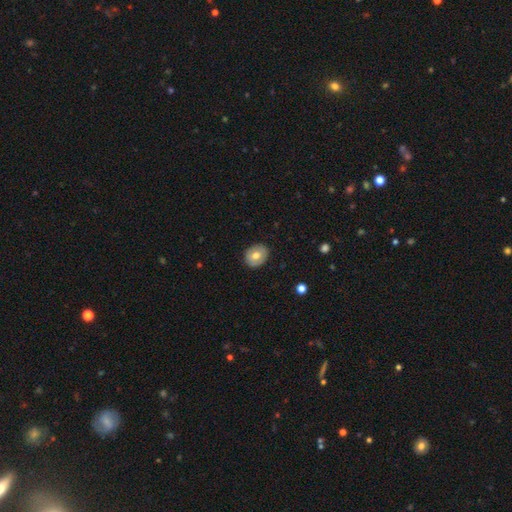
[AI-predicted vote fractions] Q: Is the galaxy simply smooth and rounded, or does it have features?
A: smooth — 68%.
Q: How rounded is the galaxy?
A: round — 61%.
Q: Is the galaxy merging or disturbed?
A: none — 88%.